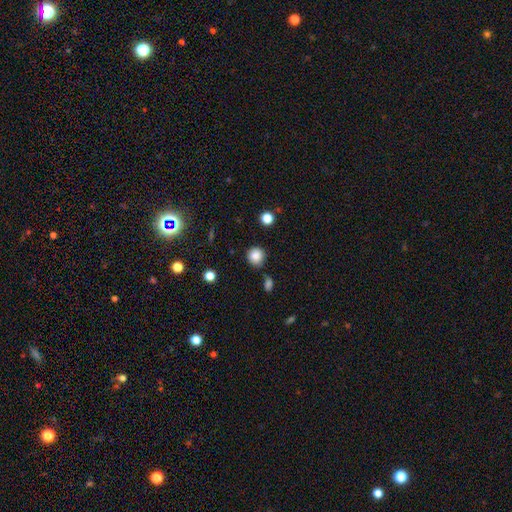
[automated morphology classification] The model was most divided on "merging": none: 76%, minor disturbance: 15%, merger: 5%, major disturbance: 4%. More confident: how rounded — round (90%); smooth or featured — smooth (85%).